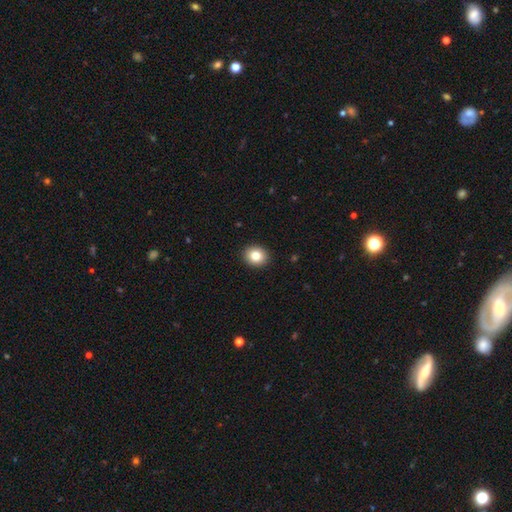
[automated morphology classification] A smooth galaxy with no disk features (82%) that is round (76%).

Vote fractions:
- Smooth or featured? smooth: 82% / star or artifact: 10% / featured or disk: 9%
- How rounded? round: 76% / in between: 23% / cigar-shaped: 1%
- Merging? none: 92% / minor disturbance: 5% / major disturbance: 2% / merger: 1%